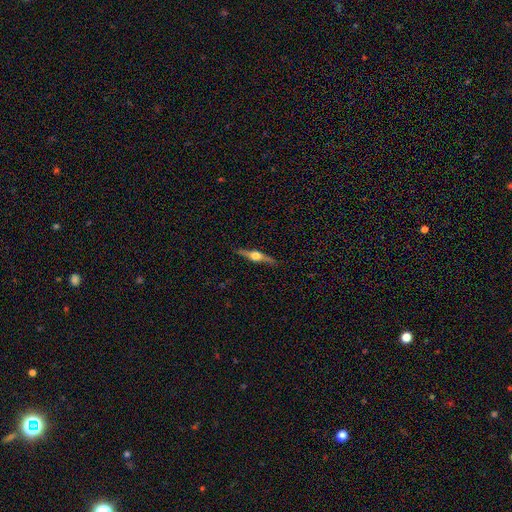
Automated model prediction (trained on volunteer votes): The model was most divided on "smooth or featured": featured or disk: 80%, smooth: 14%, star or artifact: 5%. More confident: edge-on disk — yes (98%); edge-on bulge — rounded (95%); merging — none (90%).